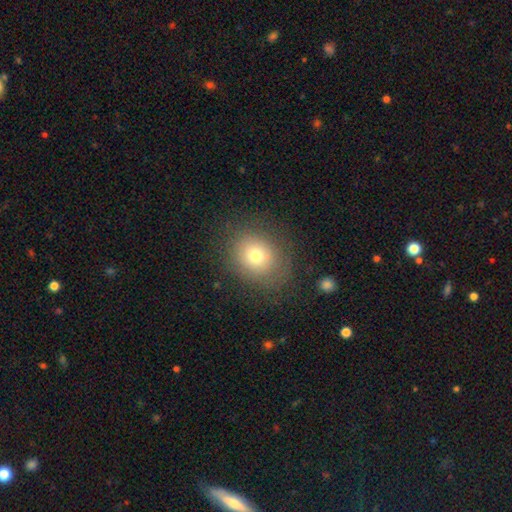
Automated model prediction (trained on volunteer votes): Q: Smooth or featured?
A: smooth (73%); runner-up: featured or disk (15%)
Q: How rounded?
A: round (65%); runner-up: in between (34%)
Q: Merging?
A: none (80%); runner-up: minor disturbance (13%)